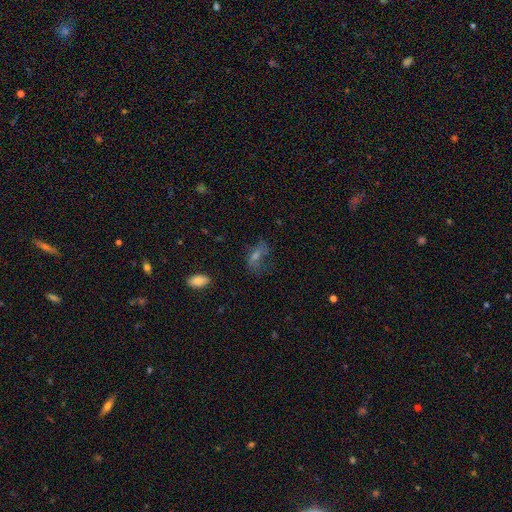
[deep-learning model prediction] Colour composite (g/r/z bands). It shows a featured or disk galaxy (40%). Merging: none (56%).